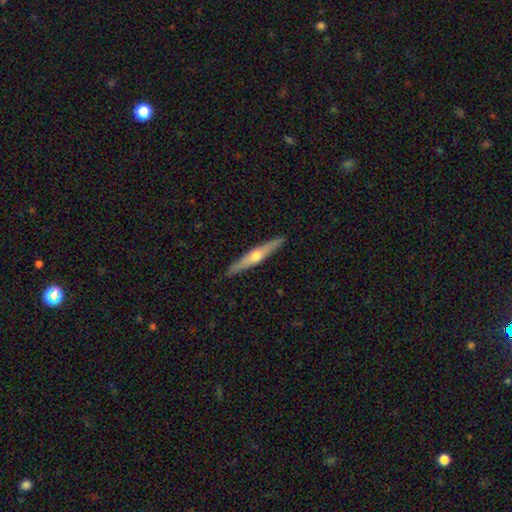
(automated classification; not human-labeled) A featured or disk galaxy (63%) viewed edge-on (96%) with a rounded central bulge (89%). Merging: none (92%).